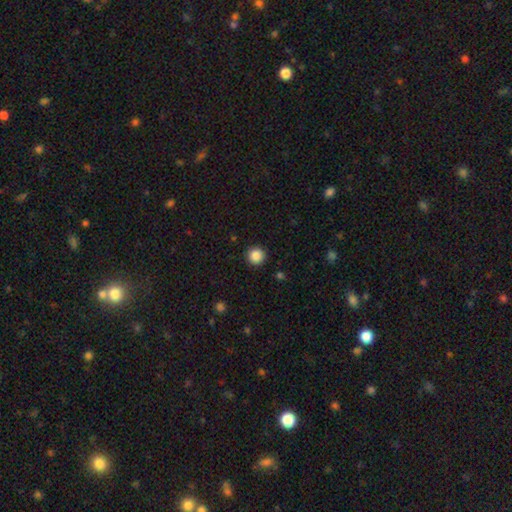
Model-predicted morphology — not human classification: smooth_or_featured: smooth (p=0.87) [alt: star or artifact p=0.10]
how_rounded: round (p=0.95) [alt: in between p=0.04]
merging: none (p=0.92) [alt: minor disturbance p=0.05]